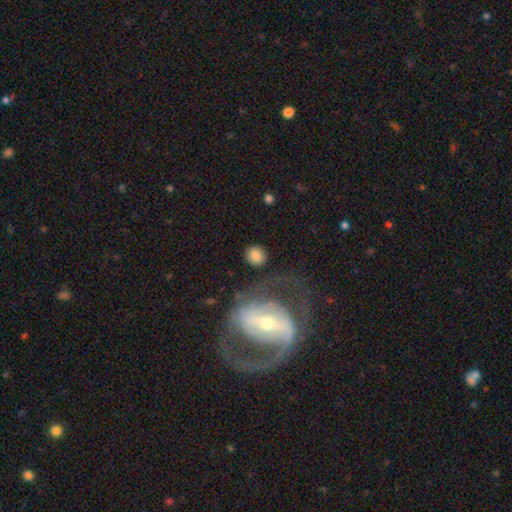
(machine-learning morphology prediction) The model was most divided on "how rounded": round: 77%, in between: 21%, cigar-shaped: 2%. More confident: smooth or featured — smooth (79%); merging — none (76%).